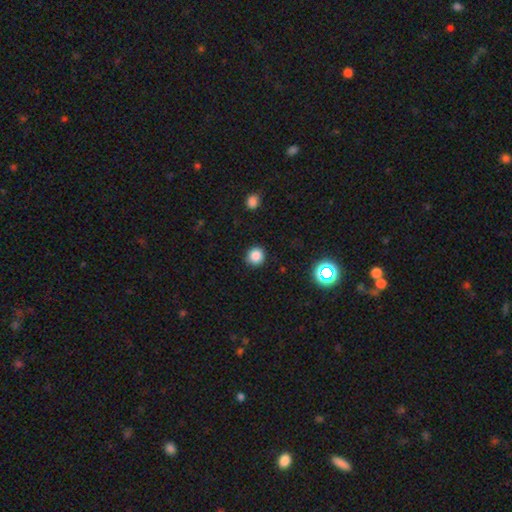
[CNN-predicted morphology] Smooth or featured: smooth — 84% (star or artifact — 12%)
How rounded: round — 92% (in between — 7%)
Merging: none — 91% (minor disturbance — 6%)